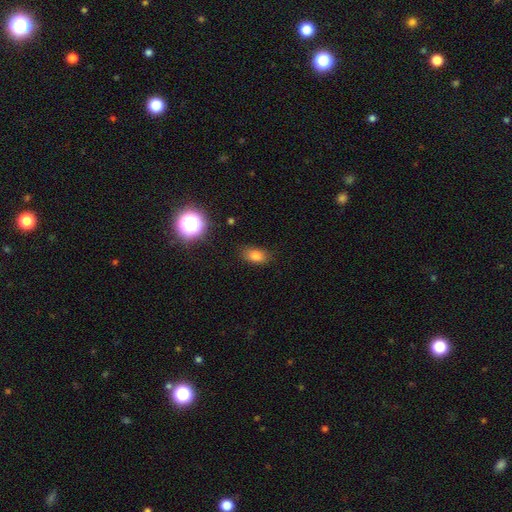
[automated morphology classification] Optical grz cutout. It shows a smooth galaxy with no disk features (79%) that is in between round and cigar-shaped (84%). Merging: none (81%).